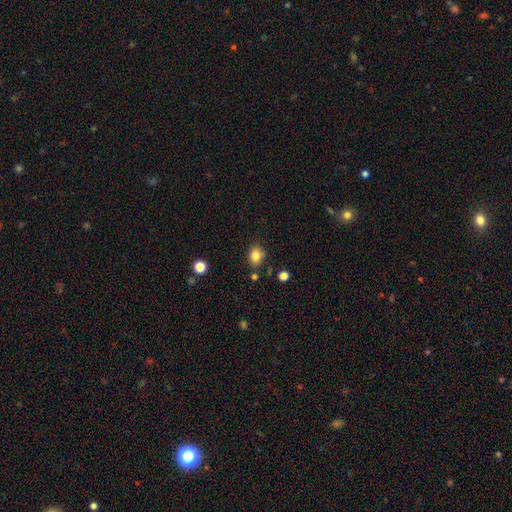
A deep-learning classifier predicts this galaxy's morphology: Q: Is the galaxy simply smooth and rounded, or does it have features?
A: smooth — 83%.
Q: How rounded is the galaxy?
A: in between — 52%.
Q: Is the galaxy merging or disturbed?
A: none — 80%.